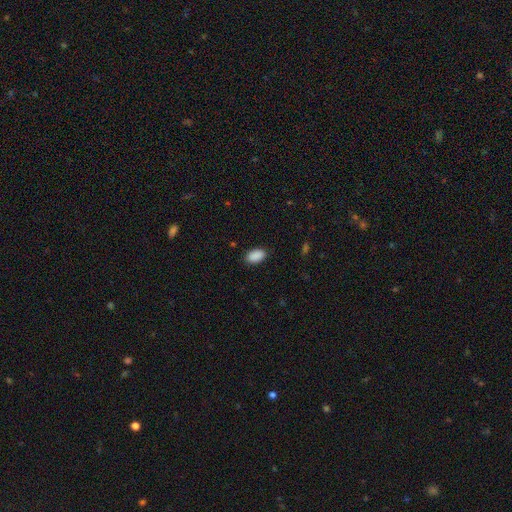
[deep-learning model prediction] Smooth or featured? smooth (90%)
How rounded? in between (93%)
Merging? none (88%)